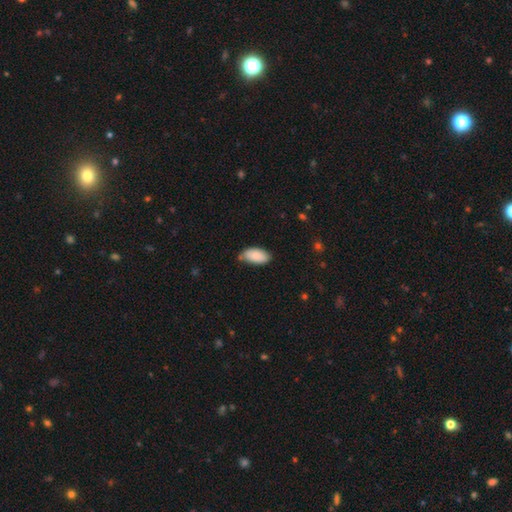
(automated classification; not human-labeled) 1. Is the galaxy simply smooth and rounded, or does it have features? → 88% smooth, 6% star or artifact, 5% featured or disk.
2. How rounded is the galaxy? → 94% in between, 4% cigar-shaped, 2% round.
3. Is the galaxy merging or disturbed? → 72% none, 22% minor disturbance, 3% major disturbance, 3% merger.